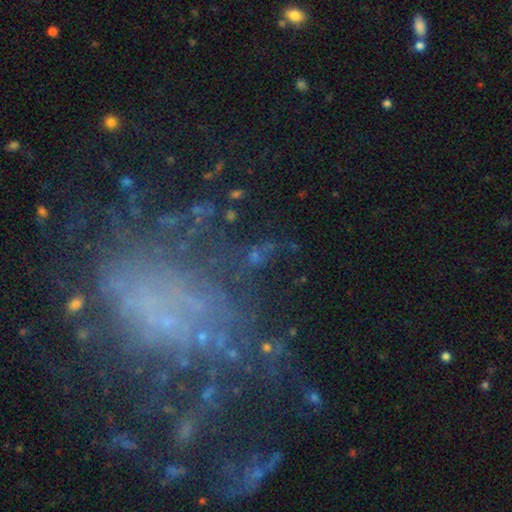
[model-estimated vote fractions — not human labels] Q: Smooth or featured?
A: featured or disk (39%); runner-up: star or artifact (35%)
Q: Merging?
A: none (59%); runner-up: minor disturbance (17%)